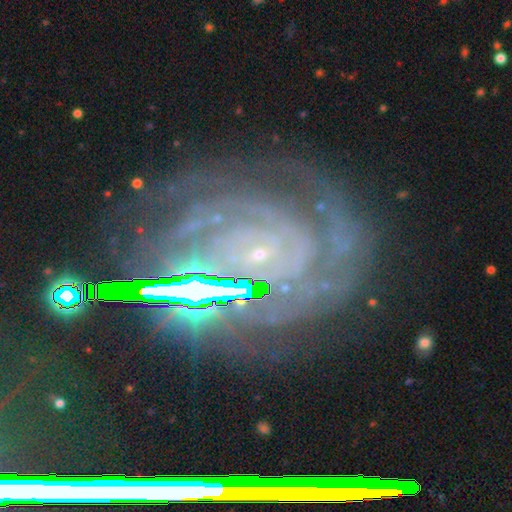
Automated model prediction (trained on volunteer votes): A featured or disk galaxy (82%) with no bar (65%), 2 (24%) tight (73%) spiral arms (96%) and a small central bulge (73%). Merging: none (62%).